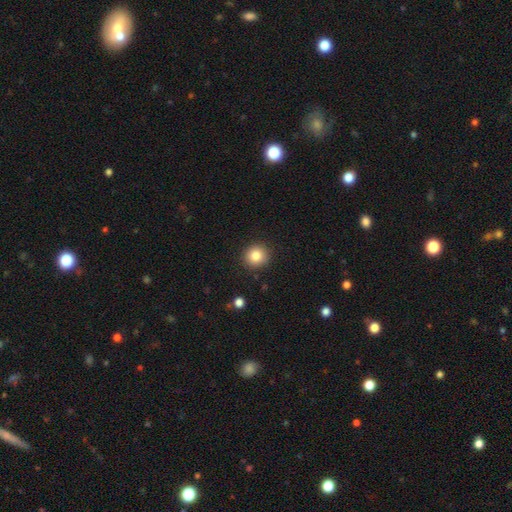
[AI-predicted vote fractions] Q: Smooth or featured?
A: smooth (84%); runner-up: star or artifact (10%)
Q: How rounded?
A: round (91%); runner-up: in between (8%)
Q: Merging?
A: none (91%); runner-up: minor disturbance (6%)